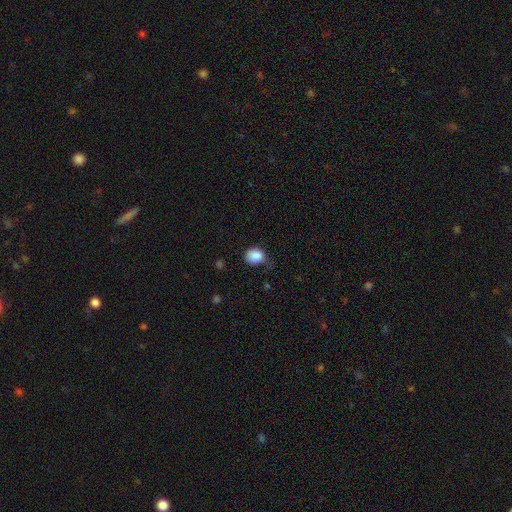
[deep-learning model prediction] A smooth galaxy with no disk features (86%) that is round (60%). Merging: none (48%).